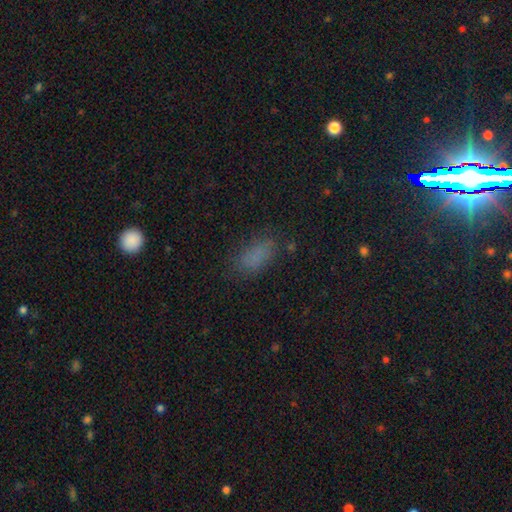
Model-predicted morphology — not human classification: type=smooth (75%); roundness=in between (86%); merging=none (69%).